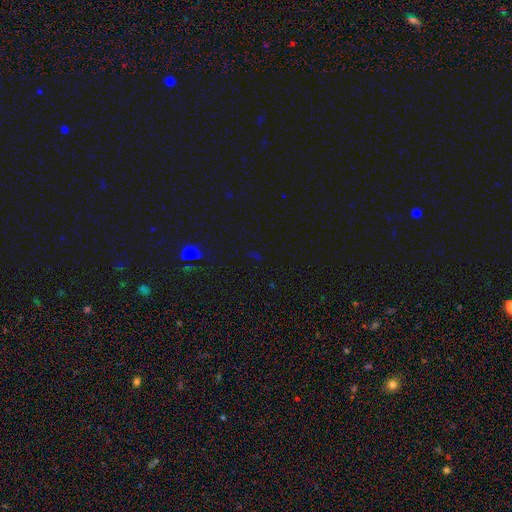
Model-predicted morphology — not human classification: Smooth or featured? star or artifact (67%)